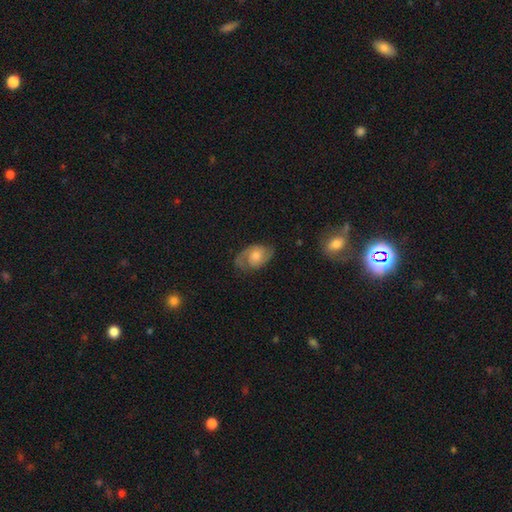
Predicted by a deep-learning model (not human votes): Smooth or featured?
  - featured or disk: 71% *
  - smooth: 21%
  - star or artifact: 7%
Edge-on disk?
  - no: 96% *
  - yes: 4%
Bar?
  - no: 67% *
  - weak: 28%
  - strong: 5%
Spiral arms?
  - yes: 91% *
  - no: 9%
Spiral winding?
  - medium: 47% *
  - tight: 34%
  - loose: 20%
Spiral arm count?
  - 2: 81% *
  - can't tell: 8%
  - 1: 7%
  - 3: 2%
  - 4: 1%
  - more than 4: 1%
Bulge size?
  - moderate: 58% *
  - small: 26%
  - large: 11%
  - none: 4%
  - dominant: 2%
Merging?
  - none: 73% *
  - minor disturbance: 18%
  - major disturbance: 8%
  - merger: 1%